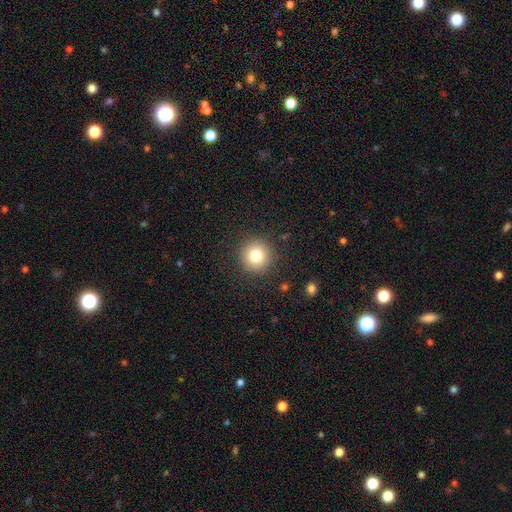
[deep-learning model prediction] The model was most divided on "smooth or featured": smooth: 79%, star or artifact: 12%, featured or disk: 9%. More confident: how rounded — round (95%); merging — none (90%).